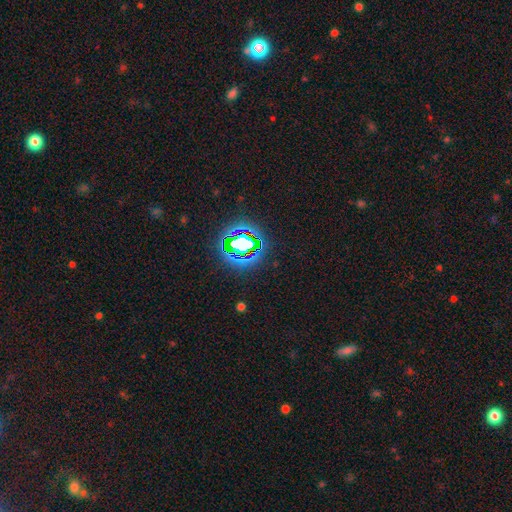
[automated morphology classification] A star or artifact, not a galaxy (80%).